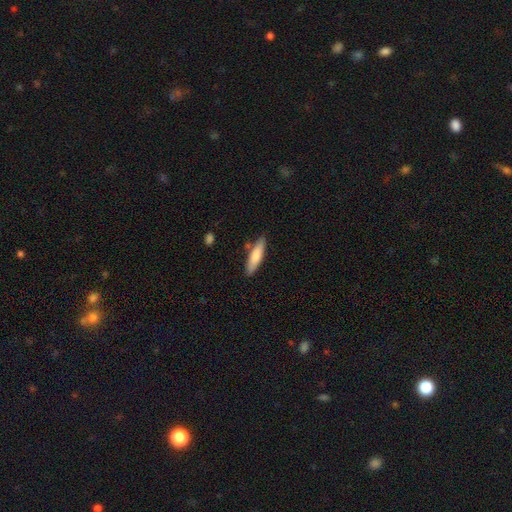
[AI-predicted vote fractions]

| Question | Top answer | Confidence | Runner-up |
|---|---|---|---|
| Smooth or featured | smooth | 78% | featured or disk (17%) |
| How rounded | cigar-shaped | 71% | in between (27%) |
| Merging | none | 81% | minor disturbance (13%) |